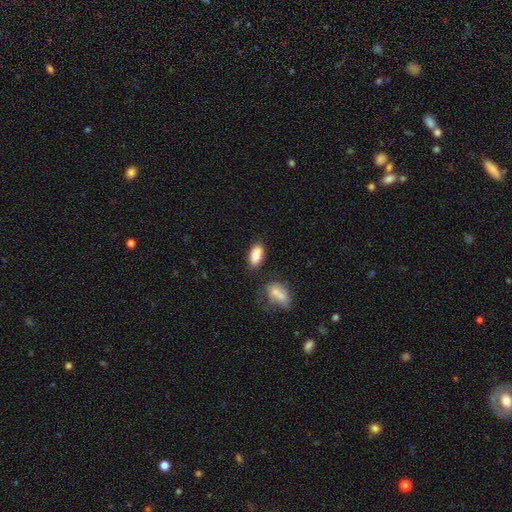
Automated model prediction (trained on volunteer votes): This appears to be a smooth galaxy with no disk features (83%) that is in between round and cigar-shaped (89%). Merging: none (76%).